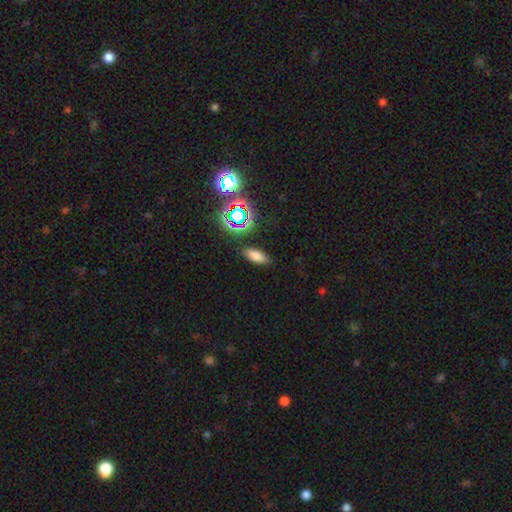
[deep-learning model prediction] Smooth or featured? smooth (71%)
How rounded? in between (80%)
Merging? none (86%)